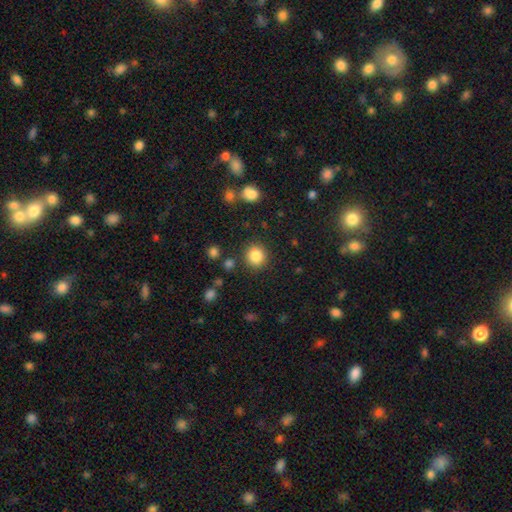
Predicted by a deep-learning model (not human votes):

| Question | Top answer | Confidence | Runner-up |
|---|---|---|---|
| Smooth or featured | smooth | 85% | star or artifact (10%) |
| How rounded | round | 88% | in between (11%) |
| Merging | none | 86% | minor disturbance (8%) |